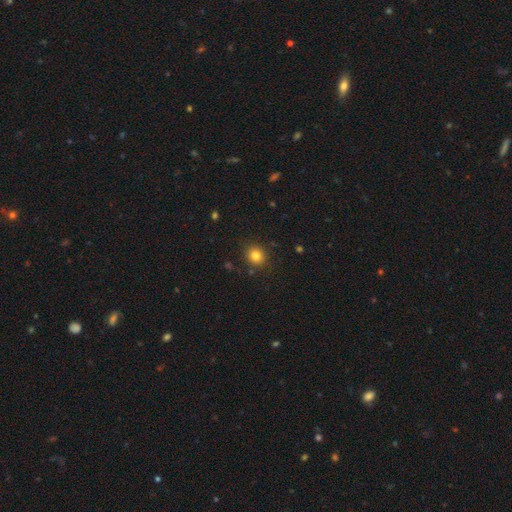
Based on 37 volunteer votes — Morphology: type=smooth (86%); roundness=round (84%); merging=none (85%).